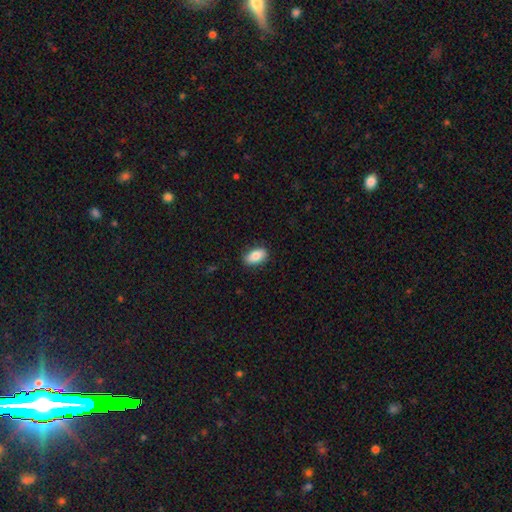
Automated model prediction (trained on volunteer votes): Smooth or featured: smooth — 84% (featured or disk — 9%)
How rounded: in between — 91% (round — 6%)
Merging: none — 86% (minor disturbance — 11%)